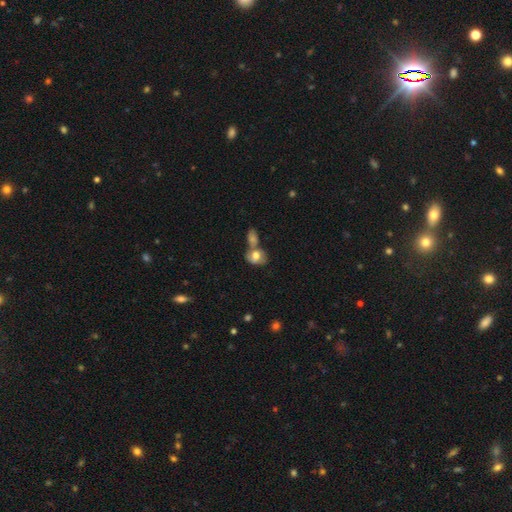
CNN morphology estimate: This appears to be a smooth galaxy with no disk features (65%) that is in between round and cigar-shaped (60%). Merging: merger (52%).